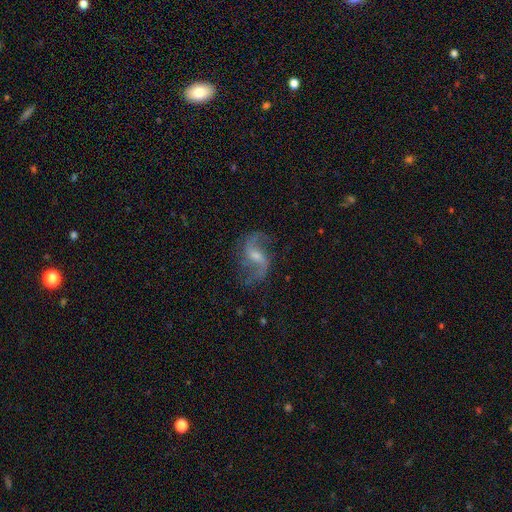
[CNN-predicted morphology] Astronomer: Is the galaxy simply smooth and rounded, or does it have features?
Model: featured or disk — 87%.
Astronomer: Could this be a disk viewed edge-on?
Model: no — 97%.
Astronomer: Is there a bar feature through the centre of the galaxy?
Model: weak — 53%.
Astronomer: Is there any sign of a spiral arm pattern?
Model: yes — 96%.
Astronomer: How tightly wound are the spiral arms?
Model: loose — 71%.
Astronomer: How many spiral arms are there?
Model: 2 — 92%.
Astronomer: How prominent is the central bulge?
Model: small — 45% (runner-up: moderate, 37%).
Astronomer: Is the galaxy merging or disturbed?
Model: none — 76%.